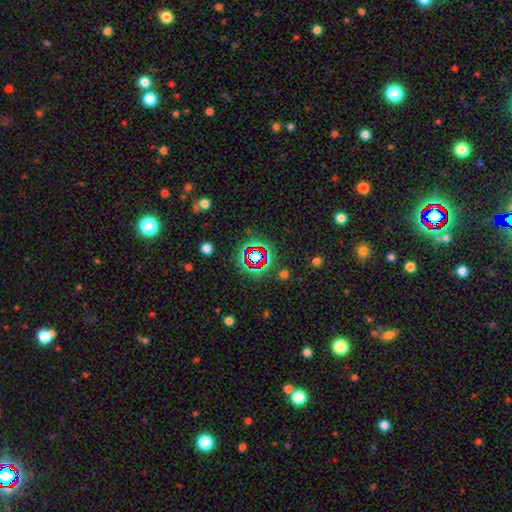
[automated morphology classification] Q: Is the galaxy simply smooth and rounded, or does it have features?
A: star or artifact — 68%.